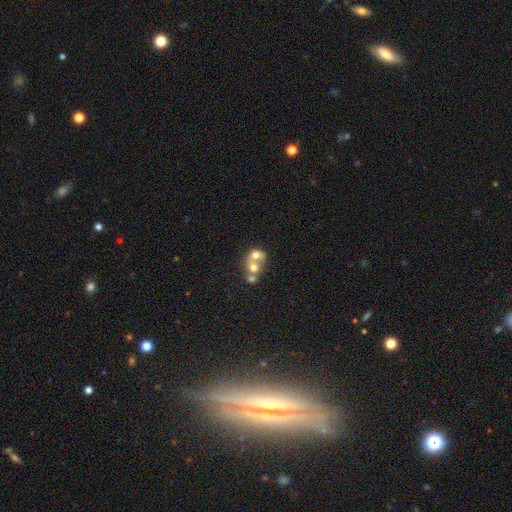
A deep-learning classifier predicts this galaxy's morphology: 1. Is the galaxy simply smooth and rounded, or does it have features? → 59% smooth, 30% featured or disk, 11% star or artifact.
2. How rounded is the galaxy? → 64% round, 35% in between, 1% cigar-shaped.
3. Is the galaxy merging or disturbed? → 71% merger, 19% none, 6% minor disturbance, 4% major disturbance.